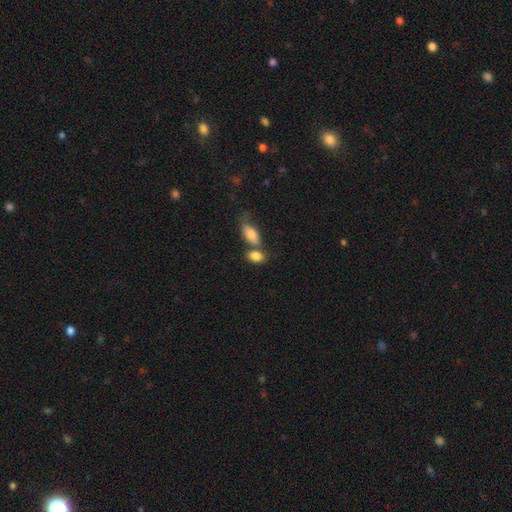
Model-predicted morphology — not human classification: Smooth or featured?
  - smooth: 85% *
  - featured or disk: 8%
  - star or artifact: 7%
How rounded?
  - in between: 84% *
  - round: 13%
  - cigar-shaped: 3%
Merging?
  - merger: 43% *
  - none: 41%
  - minor disturbance: 11%
  - major disturbance: 4%